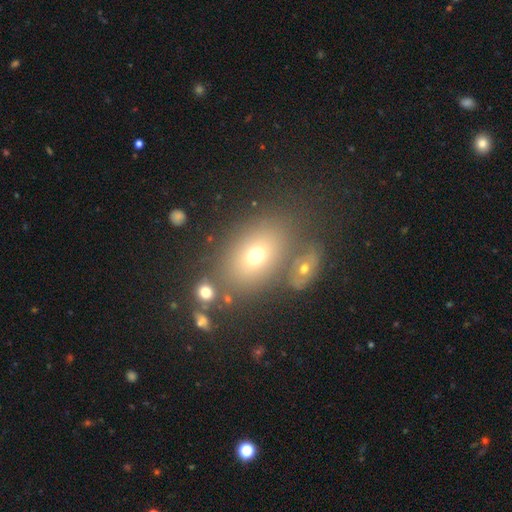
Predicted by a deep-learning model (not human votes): smooth 68%, featured or disk 17%, star or artifact 14%. Down the decision tree: how rounded — in between (72%); merging — none (69%).